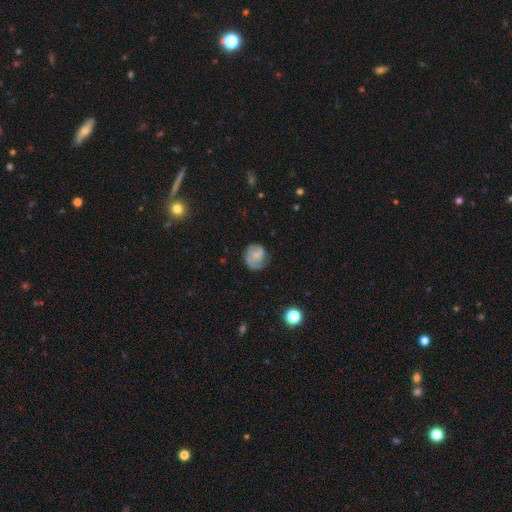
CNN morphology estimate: smooth_or_featured: smooth (p=0.49) [alt: featured or disk p=0.42]
merging: none (p=0.59) [alt: minor disturbance p=0.26]